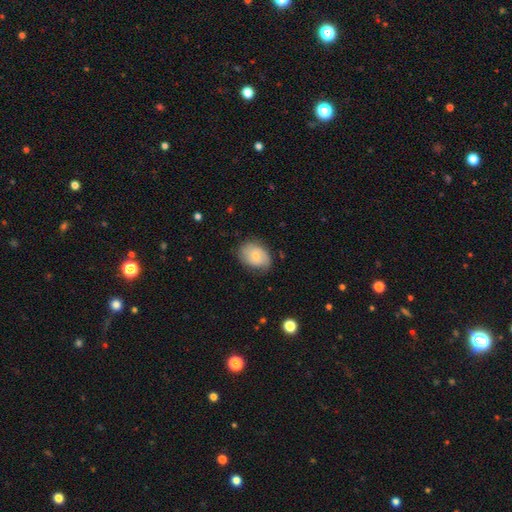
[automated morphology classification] smooth-or-featured: smooth: 58% | featured or disk: 35% | star or artifact: 7%
  how-rounded: in between: 72% | round: 27% | cigar-shaped: 1%
  merging: none: 67% | minor disturbance: 25% | major disturbance: 7% | merger: 1%